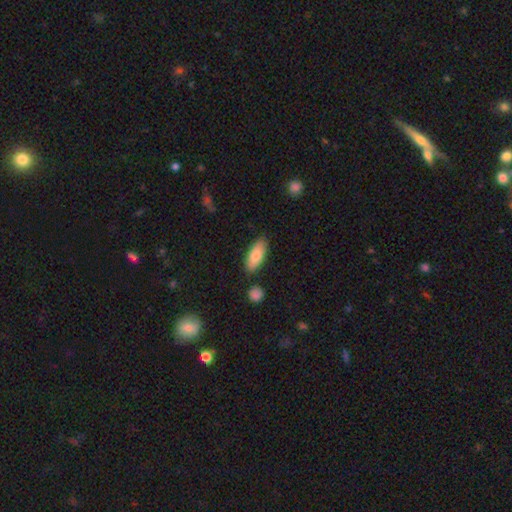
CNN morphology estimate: Smooth or featured? smooth (80%)
How rounded? in between (78%)
Merging? none (83%)